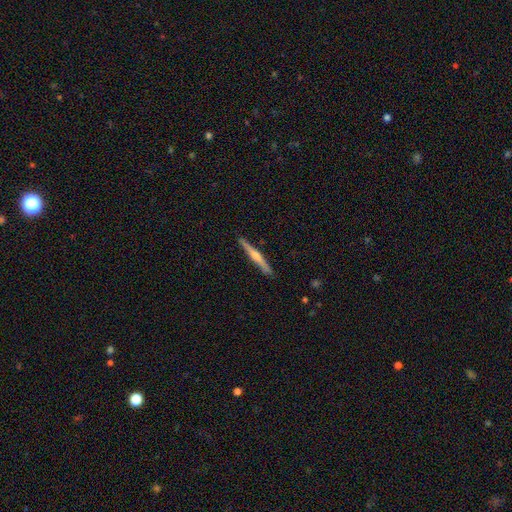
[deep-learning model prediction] featured or disk 69%, smooth 26%, star or artifact 5%. Down the decision tree: edge-on disk — yes (98%); edge-on bulge — rounded (78%); merging — none (91%).